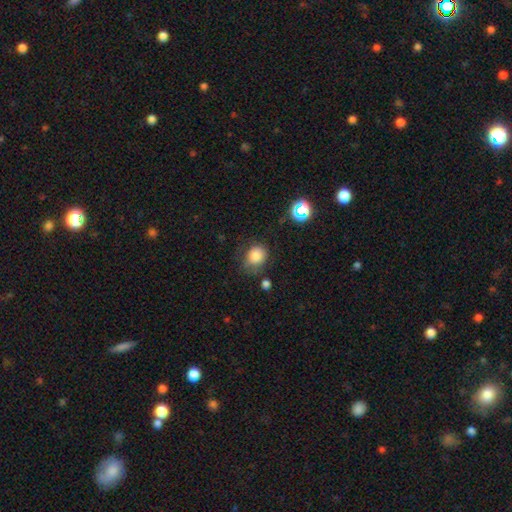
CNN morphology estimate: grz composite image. It shows a smooth galaxy with no disk features (81%) that is round (67%). Merging: none (61%).